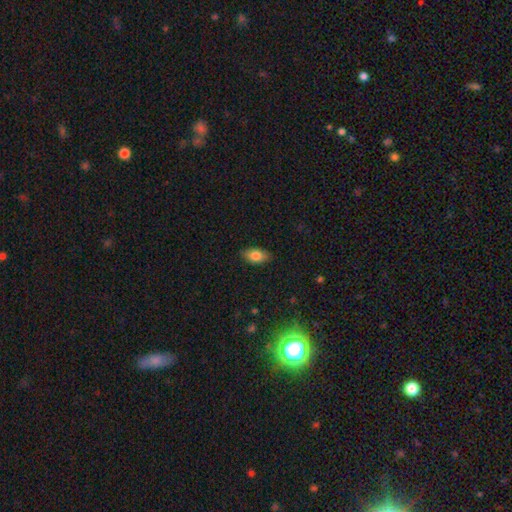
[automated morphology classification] A smooth galaxy with no disk features (81%) that is in between round and cigar-shaped (91%).

Vote fractions:
- Smooth or featured? smooth: 81% / featured or disk: 11% / star or artifact: 8%
- How rounded? in between: 91% / round: 5% / cigar-shaped: 4%
- Merging? none: 86% / minor disturbance: 11% / major disturbance: 2% / merger: 1%